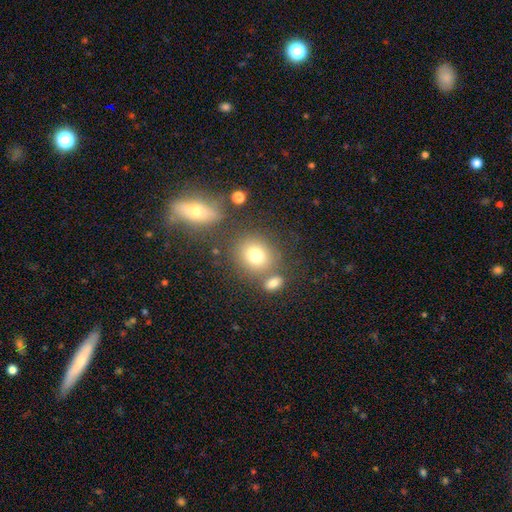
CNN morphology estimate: This appears to be a smooth galaxy with no disk features (76%) that is round (77%). Merging: none (68%).